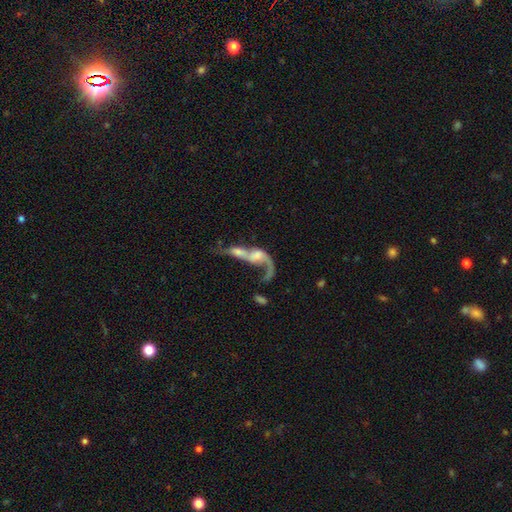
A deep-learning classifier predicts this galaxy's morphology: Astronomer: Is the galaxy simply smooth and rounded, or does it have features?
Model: featured or disk — 62%.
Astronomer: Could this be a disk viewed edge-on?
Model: no — 91%.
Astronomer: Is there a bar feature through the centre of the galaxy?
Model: no — 67%.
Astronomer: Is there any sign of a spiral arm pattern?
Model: yes — 62% (runner-up: no, 38%).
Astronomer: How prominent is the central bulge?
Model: none — 35% (runner-up: moderate, 27%).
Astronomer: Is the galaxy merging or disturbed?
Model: merger — 67%.